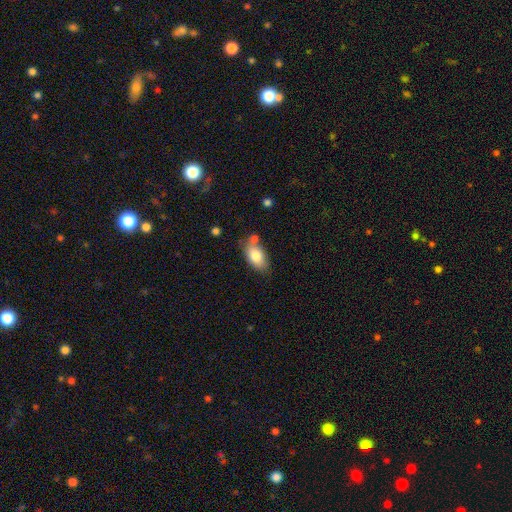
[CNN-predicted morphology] type=smooth (79%); roundness=in between (92%); merging=none (58%).